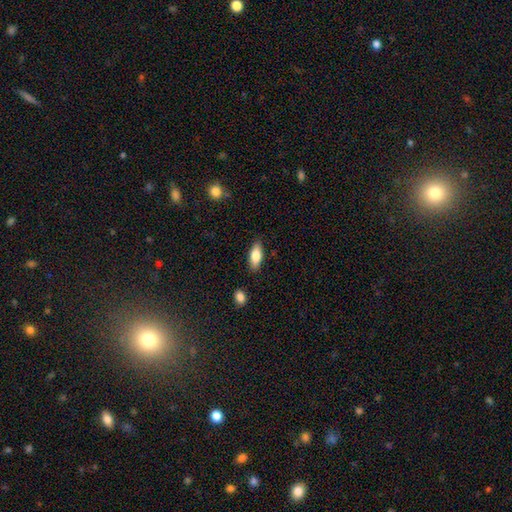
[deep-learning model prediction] This is clearly a smooth galaxy (81%). How rounded: likely in between (79%). Merging: clearly none (86%).